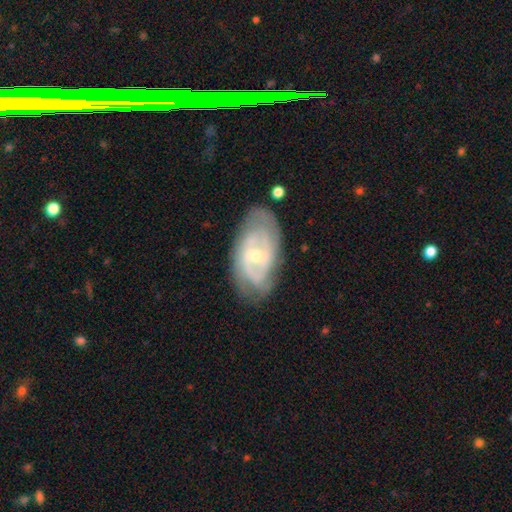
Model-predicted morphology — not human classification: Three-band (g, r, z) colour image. It shows a featured or disk galaxy (79%) with a weak bar (45%), 2 (48%) tight (53%) spiral arms (84%) and a small central bulge (57%). Merging: none (71%).